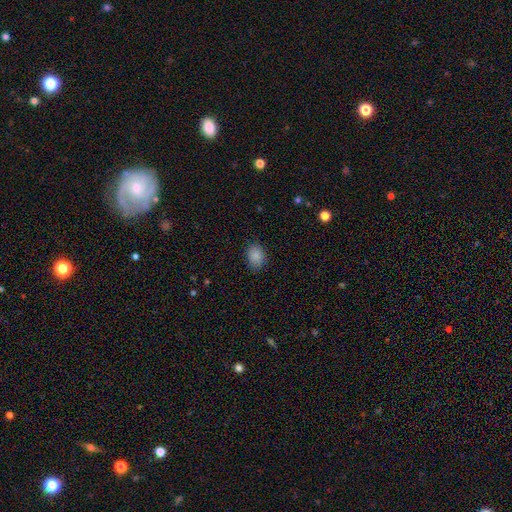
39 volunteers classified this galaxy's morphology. Smooth or featured?
  - smooth: 85% *
  - star or artifact: 10%
  - featured or disk: 5%
How rounded?
  - in between: 58% *
  - round: 42%
  - cigar-shaped: 0%
Merging?
  - none: 71% *
  - minor disturbance: 17%
  - major disturbance: 9%
  - merger: 3%